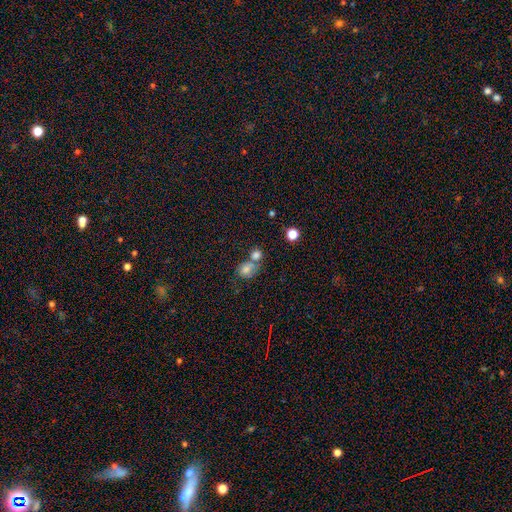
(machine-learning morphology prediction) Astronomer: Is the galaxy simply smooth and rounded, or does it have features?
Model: smooth — 75%.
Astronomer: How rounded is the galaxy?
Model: round — 69%.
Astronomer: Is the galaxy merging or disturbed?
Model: merger — 47% (runner-up: none, 39%).